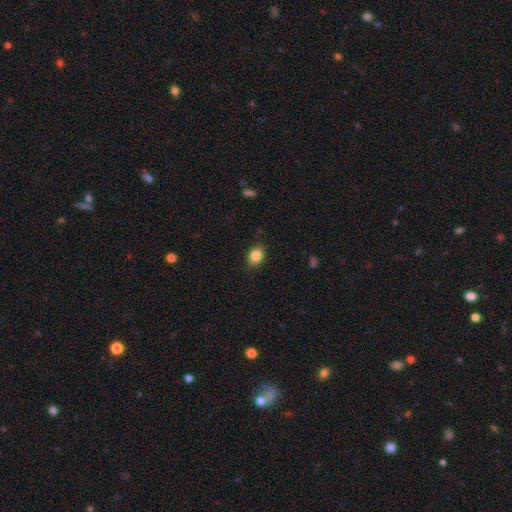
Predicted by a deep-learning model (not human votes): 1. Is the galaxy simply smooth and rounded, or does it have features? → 84% smooth, 9% star or artifact, 6% featured or disk.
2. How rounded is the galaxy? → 60% in between, 39% round, 1% cigar-shaped.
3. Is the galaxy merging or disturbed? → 85% none, 12% minor disturbance, 3% major disturbance, 1% merger.